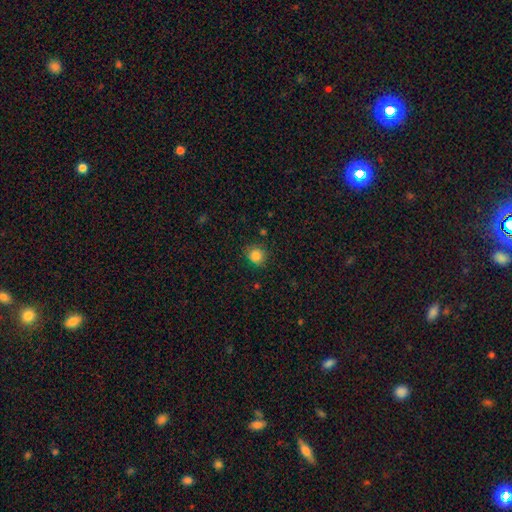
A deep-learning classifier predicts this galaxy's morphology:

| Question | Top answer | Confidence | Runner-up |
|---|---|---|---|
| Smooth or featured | smooth | 84% | star or artifact (11%) |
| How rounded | round | 86% | in between (13%) |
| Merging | none | 84% | minor disturbance (12%) |